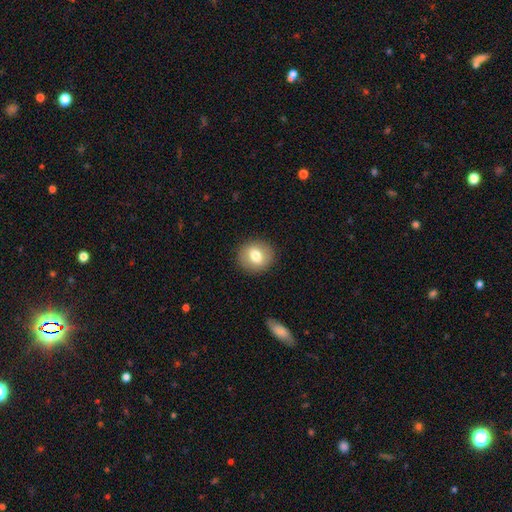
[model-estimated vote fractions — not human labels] A smooth galaxy with no disk features (73%) that is round (78%).

Vote fractions:
- Smooth or featured? smooth: 73% / featured or disk: 19% / star or artifact: 9%
- How rounded? round: 78% / in between: 21% / cigar-shaped: 1%
- Merging? none: 89% / minor disturbance: 7% / major disturbance: 2% / merger: 1%